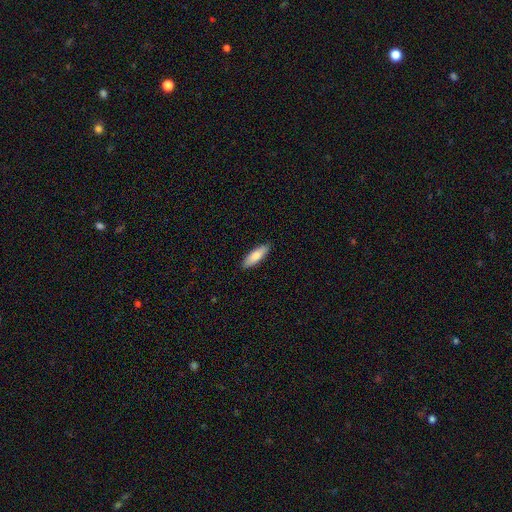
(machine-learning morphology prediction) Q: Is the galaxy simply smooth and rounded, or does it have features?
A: smooth — 81%.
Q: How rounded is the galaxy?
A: in between — 55%.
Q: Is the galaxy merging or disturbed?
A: none — 89%.